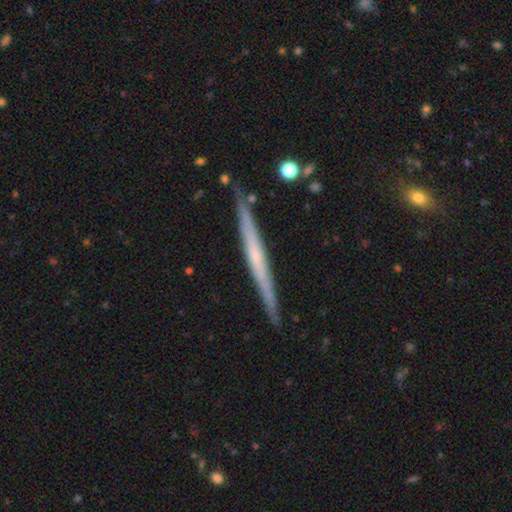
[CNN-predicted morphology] Smooth or featured?
  - featured or disk: 62% *
  - smooth: 32%
  - star or artifact: 6%
Edge-on disk?
  - yes: 97% *
  - no: 3%
Edge-on bulge?
  - none: 72% *
  - rounded: 22%
  - boxy: 6%
Merging?
  - none: 88% *
  - minor disturbance: 9%
  - merger: 2%
  - major disturbance: 1%